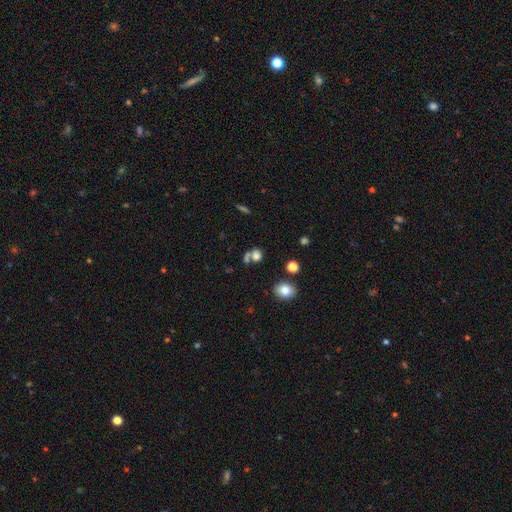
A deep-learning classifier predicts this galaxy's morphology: Q: Smooth or featured?
A: smooth (75%); runner-up: star or artifact (15%)
Q: How rounded?
A: round (67%); runner-up: in between (31%)
Q: Merging?
A: none (46%); runner-up: merger (36%)